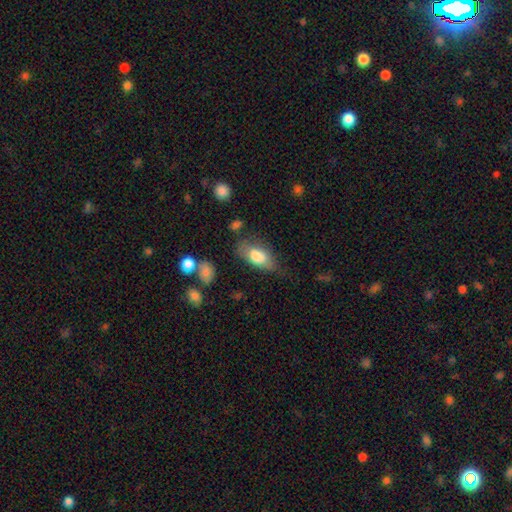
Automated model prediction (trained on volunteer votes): This is likely a smooth galaxy (76%). How rounded: clearly in between (89%). Merging: possibly none (57%).